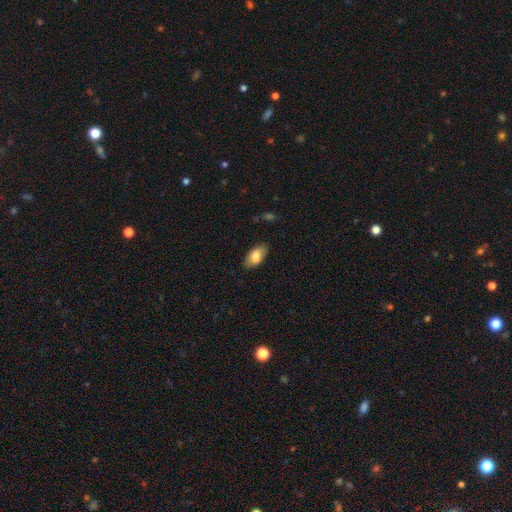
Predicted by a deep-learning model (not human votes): This is likely a smooth galaxy (80%). How rounded: clearly in between (93%). Merging: clearly none (82%).